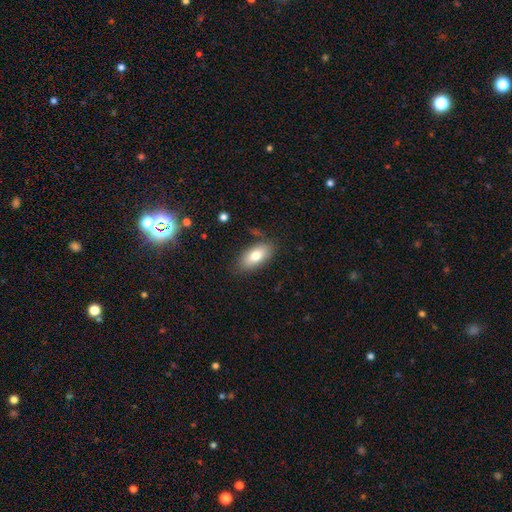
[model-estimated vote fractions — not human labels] Smooth or featured? smooth (76%)
How rounded? in between (89%)
Merging? none (78%)